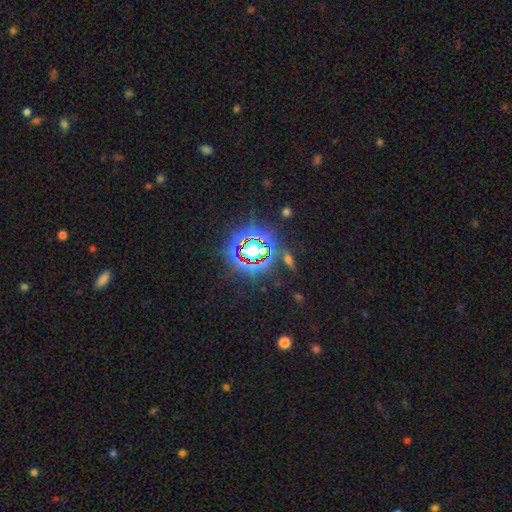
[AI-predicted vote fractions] Smooth or featured?
  - star or artifact: 76% *
  - smooth: 14%
  - featured or disk: 10%